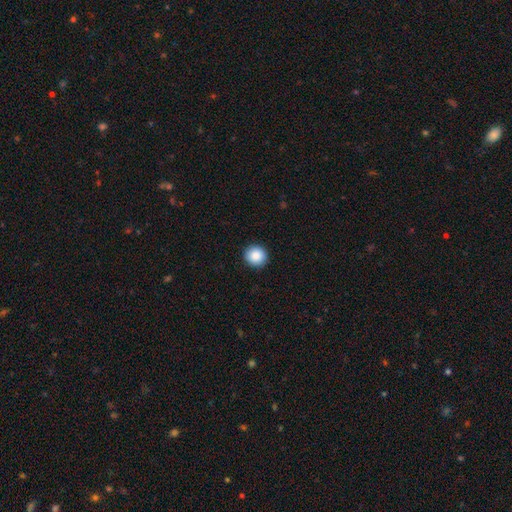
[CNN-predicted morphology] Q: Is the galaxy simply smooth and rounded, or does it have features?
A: smooth — 88%.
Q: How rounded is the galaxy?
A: round — 94%.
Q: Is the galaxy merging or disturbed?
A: none — 93%.